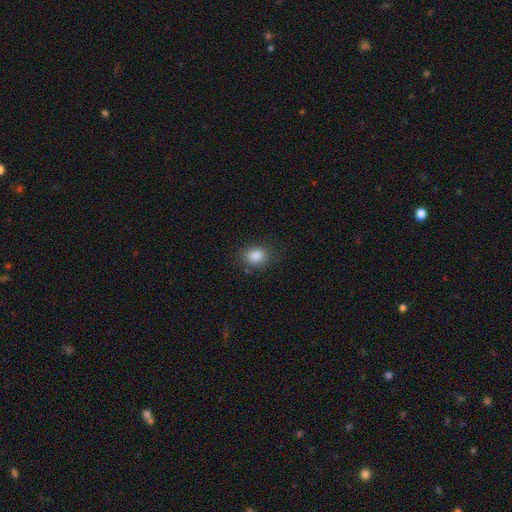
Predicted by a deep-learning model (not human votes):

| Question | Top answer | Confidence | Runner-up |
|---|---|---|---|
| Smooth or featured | smooth | 85% | star or artifact (10%) |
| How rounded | in between | 50% | round (49%) |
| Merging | none | 81% | minor disturbance (13%) |